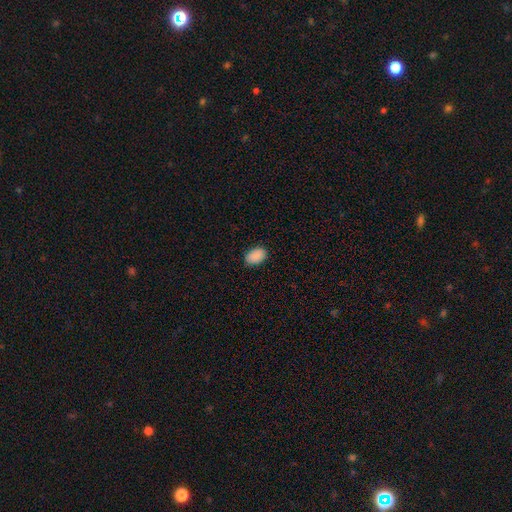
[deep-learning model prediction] The model was most divided on "merging": none: 86%, minor disturbance: 11%, major disturbance: 2%, merger: 1%. More confident: smooth or featured — smooth (90%); how rounded — in between (88%).